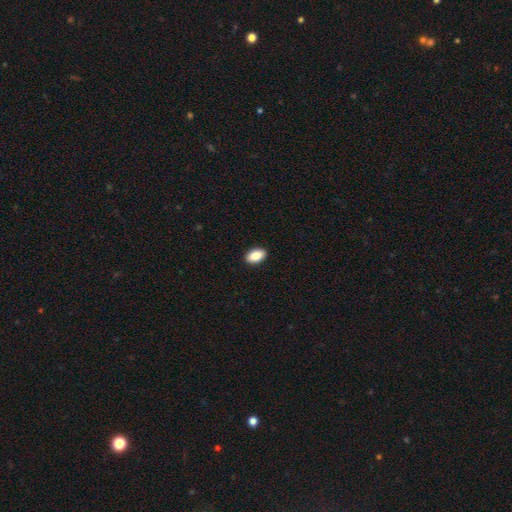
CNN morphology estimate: type=smooth (88%); roundness=in between (93%); merging=none (91%).